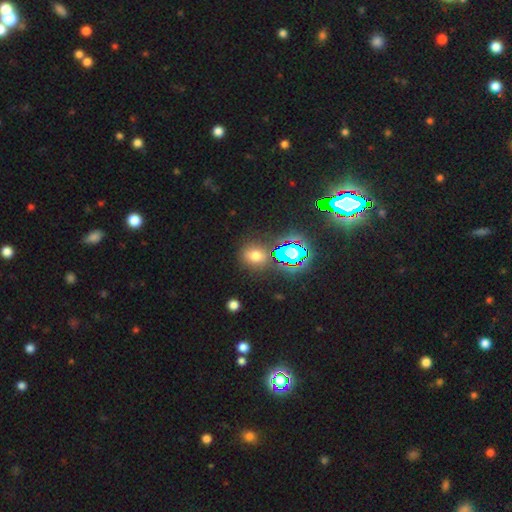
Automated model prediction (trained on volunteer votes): Smooth or featured? smooth (54%)
How rounded? round (62%)
Merging? none (80%)